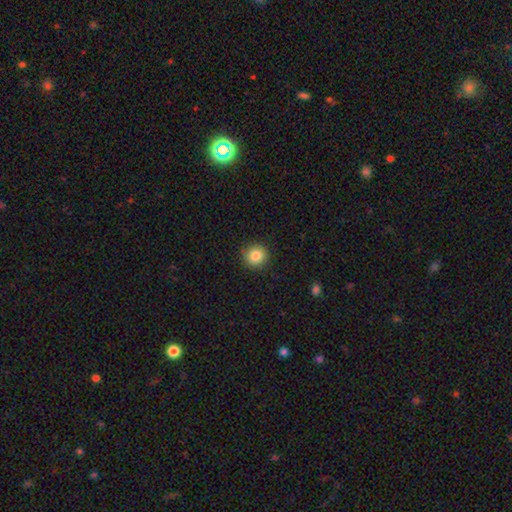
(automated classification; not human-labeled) Smooth or featured? Predicted: smooth (p=0.84). How rounded? Predicted: round (p=0.92). Merging? Predicted: none (p=0.90).